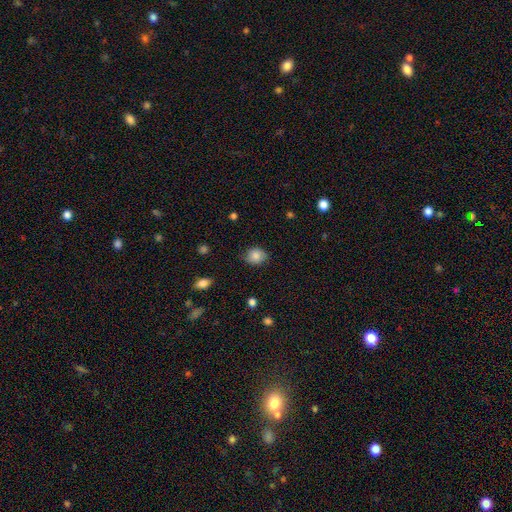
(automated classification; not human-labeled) Overall: smooth (83%). How rounded: round (53%; in between 46%). Merging: none (77%).